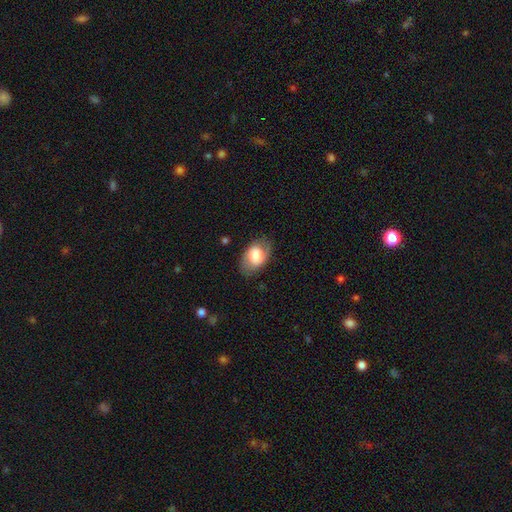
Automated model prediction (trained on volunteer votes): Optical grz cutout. It shows a smooth galaxy with no disk features (67%) that is in between round and cigar-shaped (87%). Merging: none (76%).